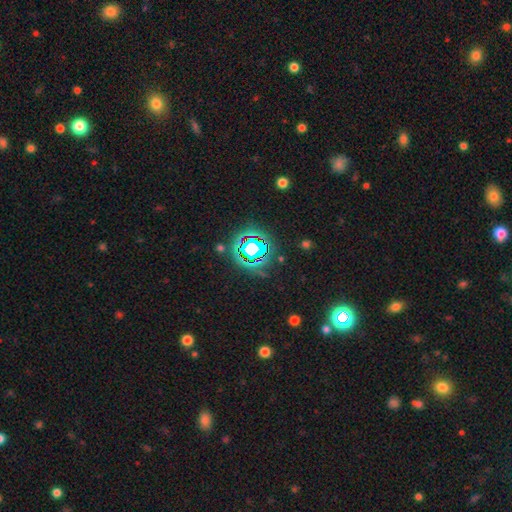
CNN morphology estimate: A star or artifact, not a galaxy (80%).

Vote fractions:
- Smooth or featured? star or artifact: 80% / smooth: 12% / featured or disk: 8%